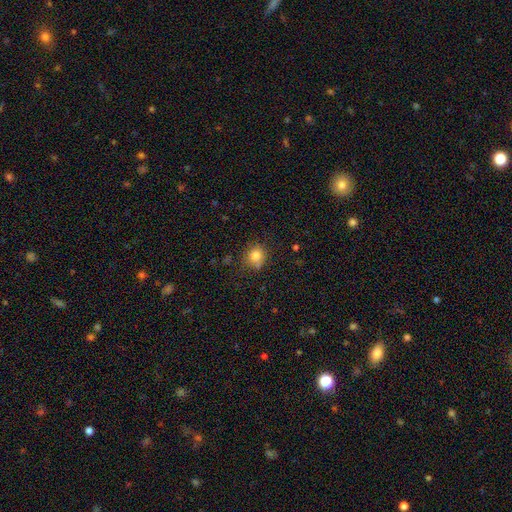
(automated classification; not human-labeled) The model was most divided on "merging": none: 72%, minor disturbance: 18%, merger: 5%, major disturbance: 5%. More confident: smooth or featured — smooth (81%); how rounded — round (81%).